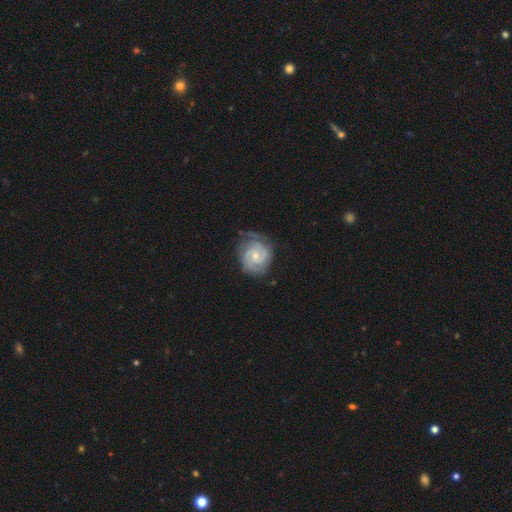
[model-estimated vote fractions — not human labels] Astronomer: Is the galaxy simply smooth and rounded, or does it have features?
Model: featured or disk — 87%.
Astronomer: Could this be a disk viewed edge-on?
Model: no — 98%.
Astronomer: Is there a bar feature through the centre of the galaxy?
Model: no — 57% (runner-up: weak, 36%).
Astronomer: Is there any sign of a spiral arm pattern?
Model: yes — 97%.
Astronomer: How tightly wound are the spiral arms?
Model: tight — 64%.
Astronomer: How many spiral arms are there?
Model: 2 — 65%.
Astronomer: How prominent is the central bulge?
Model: small — 65%.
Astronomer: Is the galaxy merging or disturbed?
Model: none — 68%.